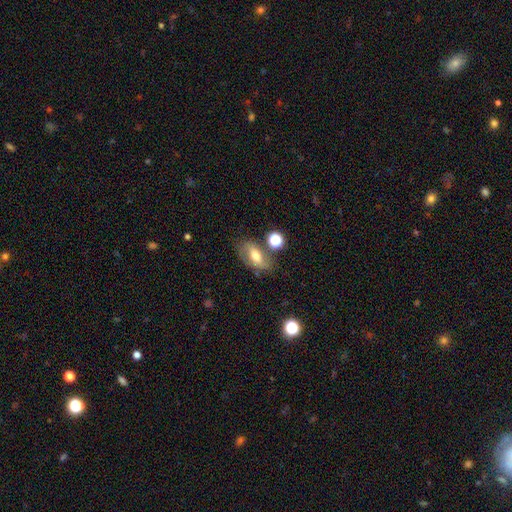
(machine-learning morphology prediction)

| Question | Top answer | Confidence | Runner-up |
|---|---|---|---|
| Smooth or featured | smooth | 54% | featured or disk (35%) |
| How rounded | in between | 84% | round (11%) |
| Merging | none | 64% | minor disturbance (18%) |